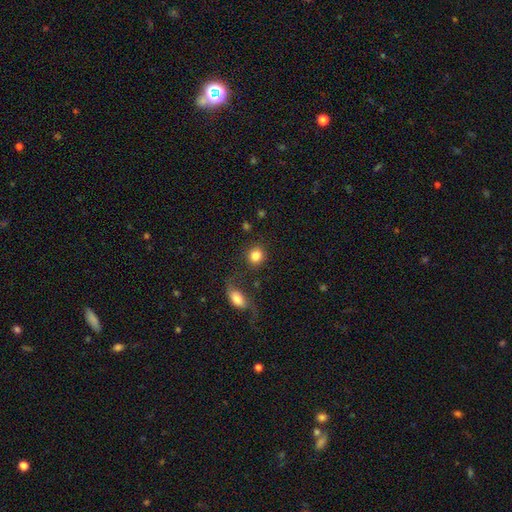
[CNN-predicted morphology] This appears to be a smooth galaxy with no disk features (85%) that is round (82%). Merging: none (74%).